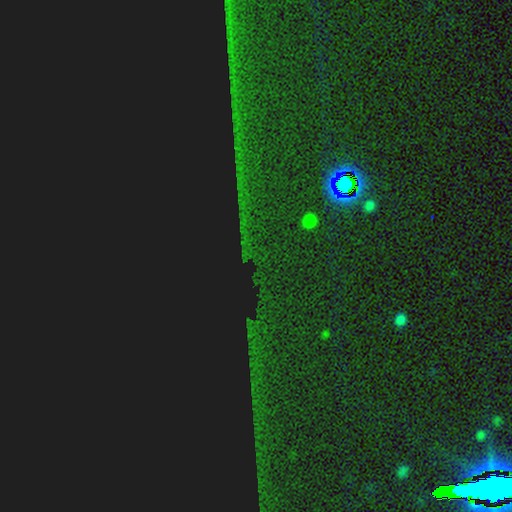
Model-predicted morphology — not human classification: Smooth or featured: star or artifact — 87% (smooth — 7%)